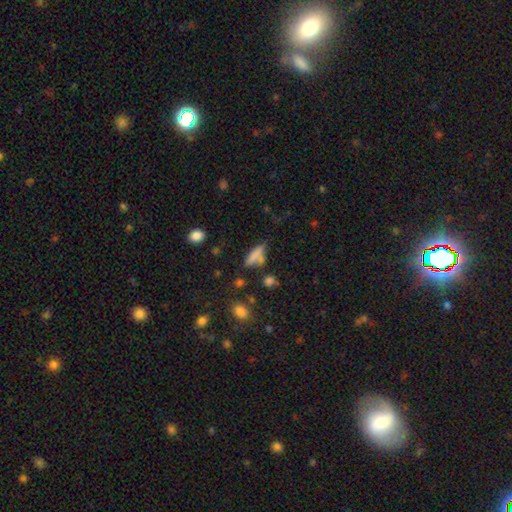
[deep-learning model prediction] Smooth or featured?
  - smooth: 72% *
  - featured or disk: 16%
  - star or artifact: 11%
How rounded?
  - cigar-shaped: 52% *
  - in between: 44%
  - round: 4%
Merging?
  - none: 49% *
  - merger: 22%
  - minor disturbance: 20%
  - major disturbance: 10%